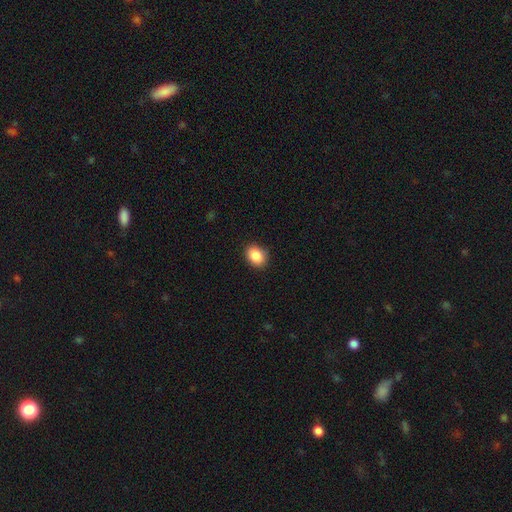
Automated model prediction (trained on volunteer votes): Smooth or featured?
  - smooth: 89% *
  - star or artifact: 8%
  - featured or disk: 3%
How rounded?
  - in between: 69% *
  - round: 30%
  - cigar-shaped: 1%
Merging?
  - none: 88% *
  - minor disturbance: 9%
  - major disturbance: 2%
  - merger: 1%